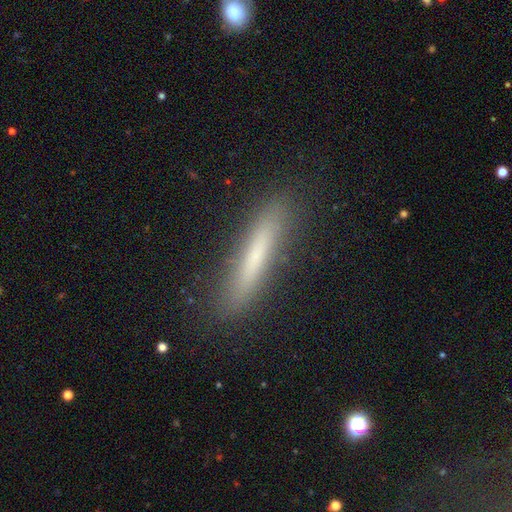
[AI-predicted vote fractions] Overall: smooth (61%; featured or disk 30%). How rounded: cigar-shaped (93%). Merging: none (85%).